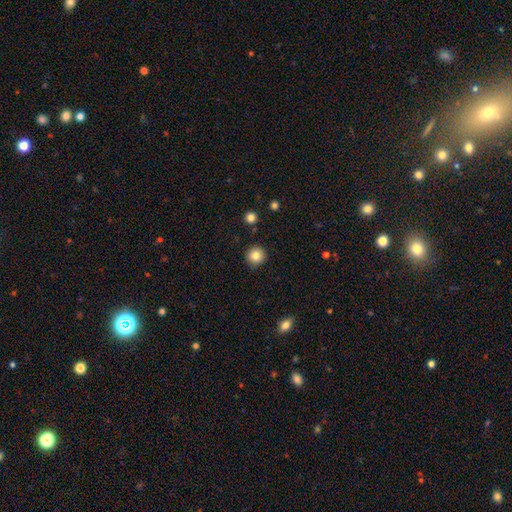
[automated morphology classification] This is clearly a smooth galaxy (83%). How rounded: clearly round (95%). Merging: clearly none (91%).